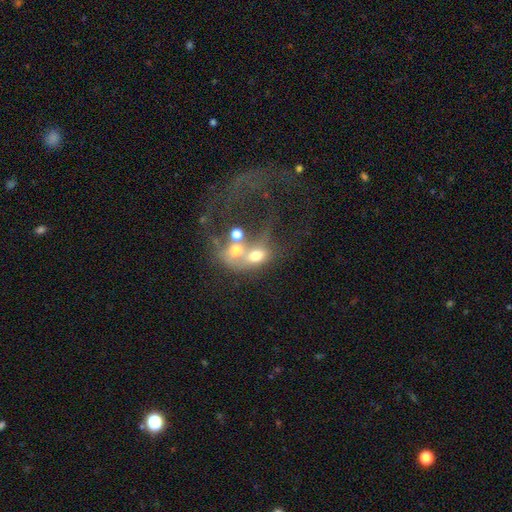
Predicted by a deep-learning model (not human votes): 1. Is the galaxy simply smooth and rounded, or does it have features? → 50% smooth, 33% featured or disk, 17% star or artifact.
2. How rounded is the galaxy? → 58% in between, 39% round, 3% cigar-shaped.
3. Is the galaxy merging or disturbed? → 61% merger, 16% none, 15% major disturbance, 7% minor disturbance.